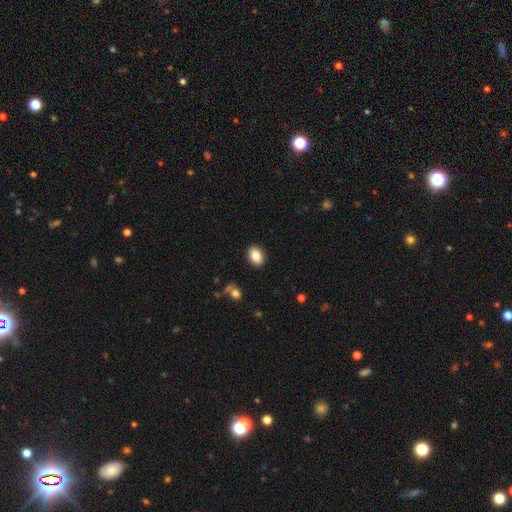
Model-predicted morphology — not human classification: A smooth galaxy with no disk features (85%) that is in between round and cigar-shaped (72%).

Vote fractions:
- Smooth or featured? smooth: 85% / star or artifact: 8% / featured or disk: 6%
- How rounded? in between: 72% / round: 27% / cigar-shaped: 1%
- Merging? none: 89% / minor disturbance: 7% / major disturbance: 2% / merger: 1%